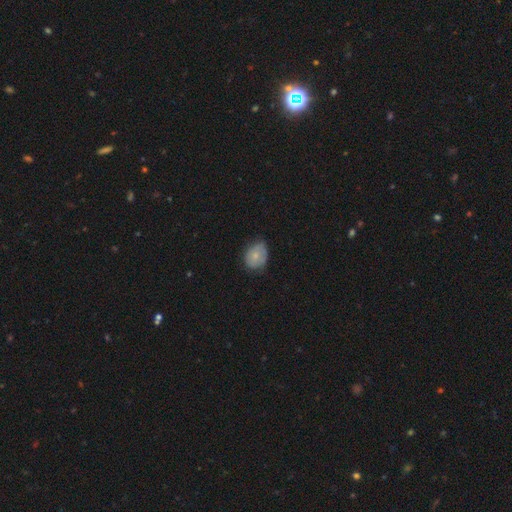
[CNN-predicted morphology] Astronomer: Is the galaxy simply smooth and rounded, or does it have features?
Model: smooth — 69%.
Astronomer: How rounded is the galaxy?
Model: in between — 55% (runner-up: round, 44%).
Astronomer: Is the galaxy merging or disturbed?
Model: none — 58% (runner-up: minor disturbance, 34%).